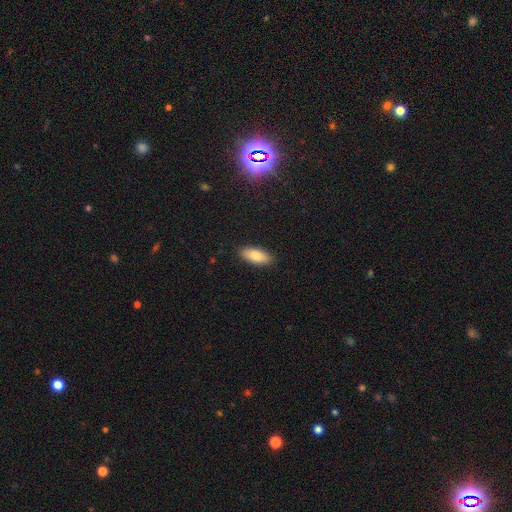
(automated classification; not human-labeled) This is clearly a smooth galaxy (82%). How rounded: clearly in between (83%). Merging: clearly none (89%).